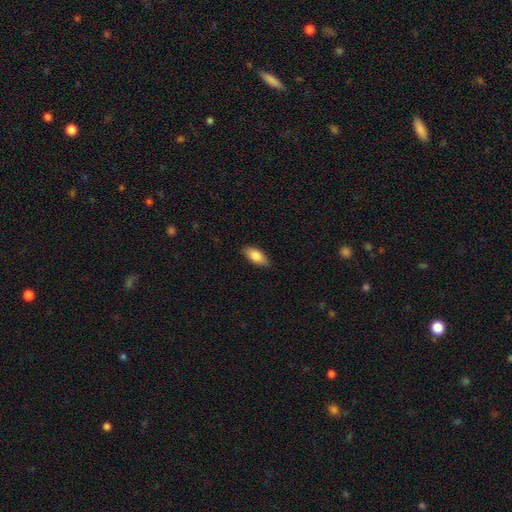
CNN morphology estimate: Q: Smooth or featured?
A: smooth (83%); runner-up: featured or disk (11%)
Q: How rounded?
A: in between (87%); runner-up: cigar-shaped (10%)
Q: Merging?
A: none (87%); runner-up: minor disturbance (10%)